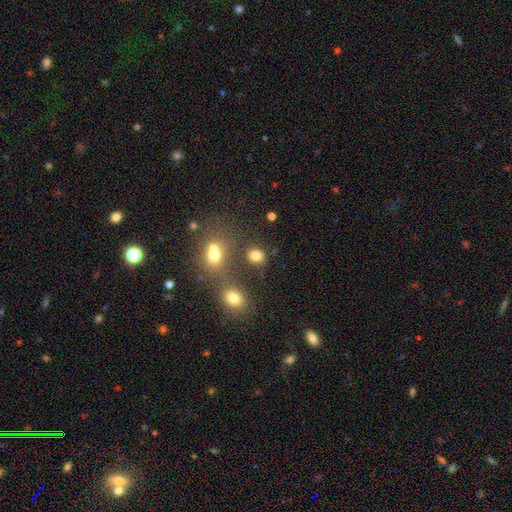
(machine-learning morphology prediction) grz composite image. It shows a smooth galaxy with no disk features (79%) that is round (61%). Merging: none (71%).